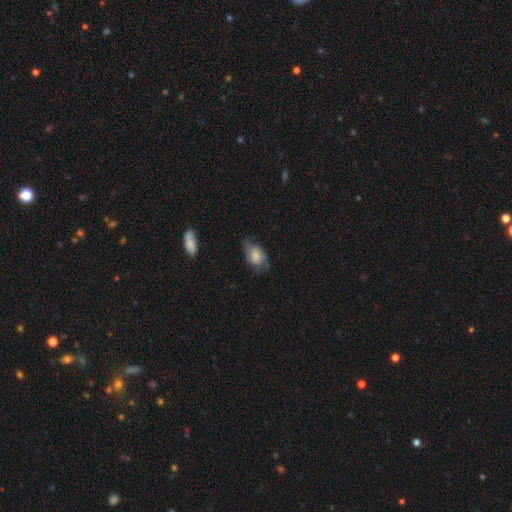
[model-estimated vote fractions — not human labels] Smooth or featured? smooth (68%)
How rounded? in between (85%)
Merging? none (57%)